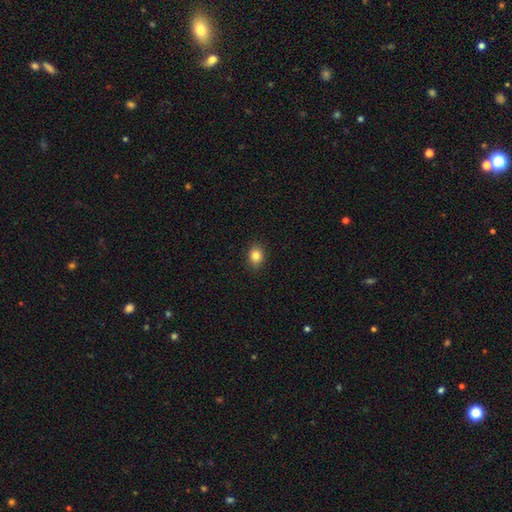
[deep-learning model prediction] This is clearly a smooth galaxy (84%). How rounded: possibly in between (52%). Merging: clearly none (90%).